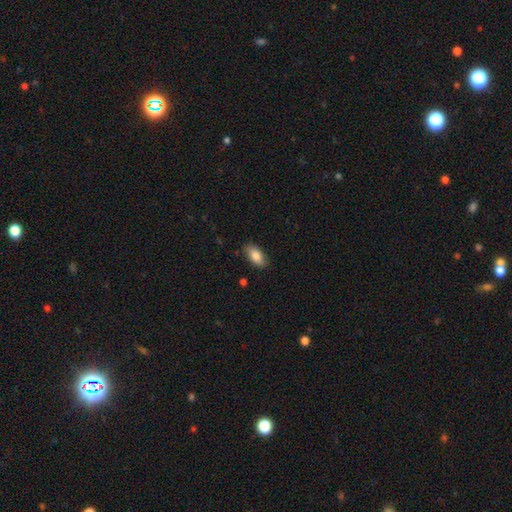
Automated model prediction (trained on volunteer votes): This appears to be a smooth galaxy with no disk features (86%) that is in between round and cigar-shaped (92%). Merging: none (85%).